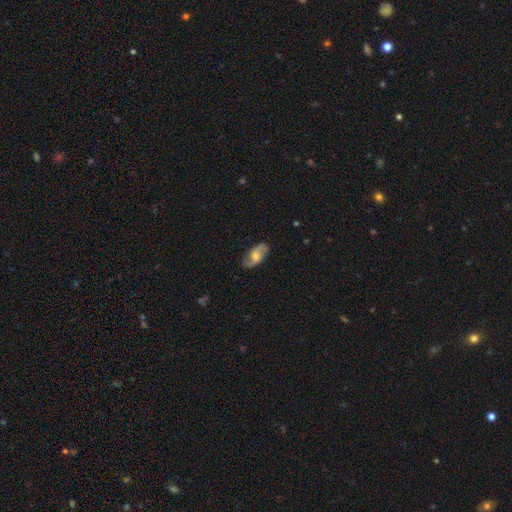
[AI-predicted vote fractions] Smooth or featured? featured or disk (71%)
Edge-on disk? no (93%)
Bar? no (58%)
Spiral arms? yes (92%)
Spiral winding? loose (51%)
Spiral arm count? 2 (87%)
Bulge size? moderate (56%)
Merging? none (78%)